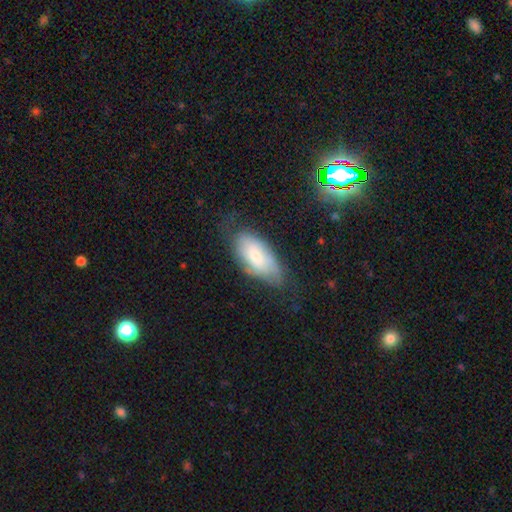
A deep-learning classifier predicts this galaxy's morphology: Smooth or featured? smooth (56%)
How rounded? in between (90%)
Merging? none (55%)